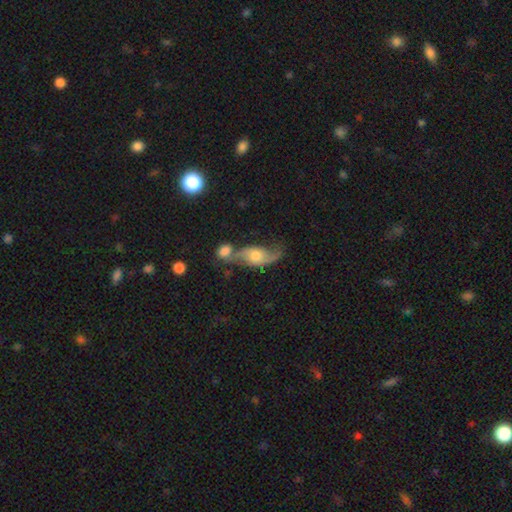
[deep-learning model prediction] The model was most divided on "merging": merger: 42%, none: 30%, minor disturbance: 16%, major disturbance: 13%. More confident: edge-on disk — no (88%); spiral arms — yes (83%); bar — no (69%); smooth or featured — featured or disk (64%); bulge size — moderate (60%).